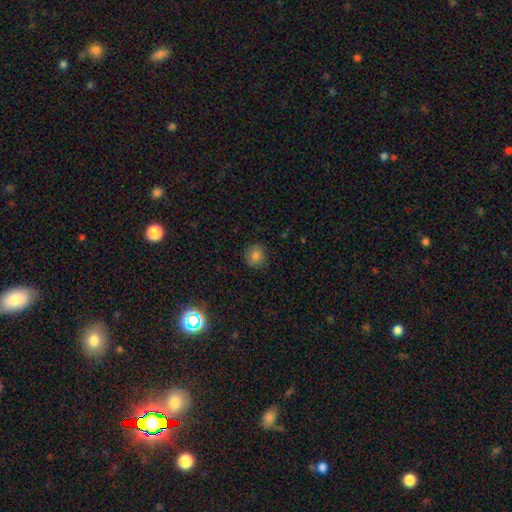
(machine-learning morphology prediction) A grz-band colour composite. It shows a smooth galaxy with no disk features (81%) that is round (86%). Merging: none (83%).